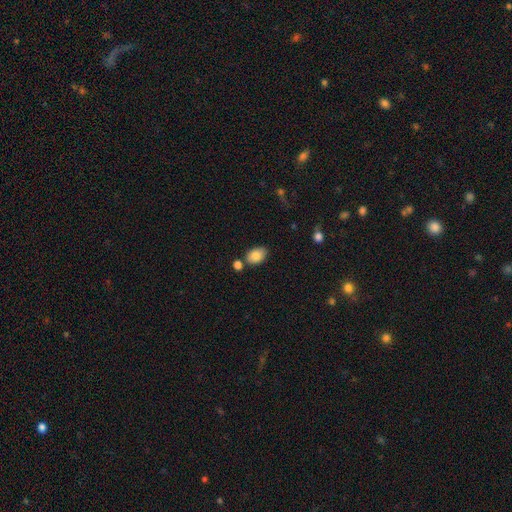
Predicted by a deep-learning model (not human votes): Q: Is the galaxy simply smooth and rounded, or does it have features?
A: smooth — 85%.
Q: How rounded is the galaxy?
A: in between — 87%.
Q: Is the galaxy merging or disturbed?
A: none — 69%.